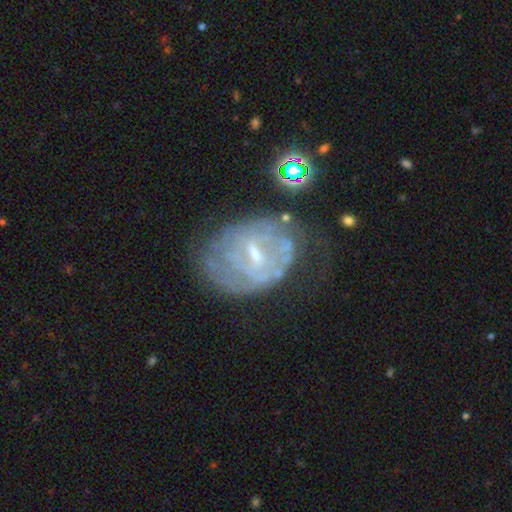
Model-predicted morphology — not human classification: Smooth or featured: featured or disk — 75% (smooth — 16%)
Edge-on disk: no — 97% (yes — 3%)
Bar: weak — 58% (no — 23%)
Spiral arms: yes — 67% (no — 33%)
Bulge size: small — 52% (moderate — 38%)
Merging: none — 50% (minor disturbance — 26%)